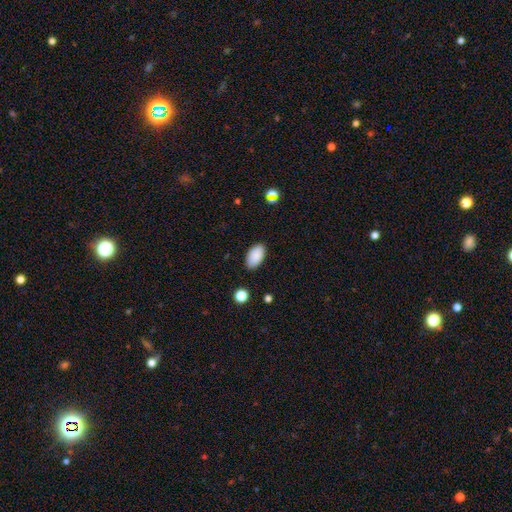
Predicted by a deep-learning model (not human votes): smooth 89%, star or artifact 7%, featured or disk 4%. Down the decision tree: how rounded — in between (95%); merging — none (87%).